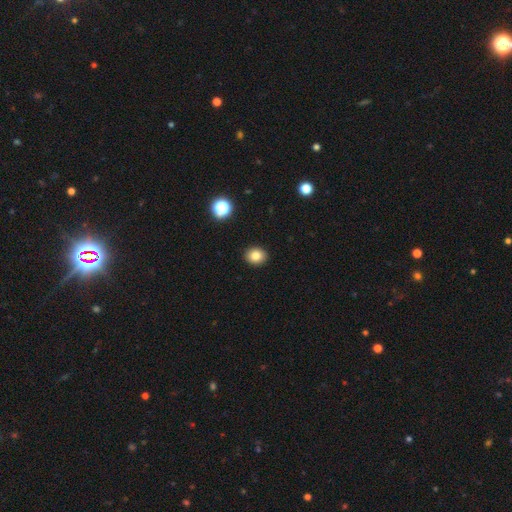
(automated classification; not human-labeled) smooth_or_featured: smooth (p=0.82) [alt: star or artifact p=0.11]
how_rounded: round (p=0.64) [alt: in between p=0.36]
merging: none (p=0.92) [alt: minor disturbance p=0.06]